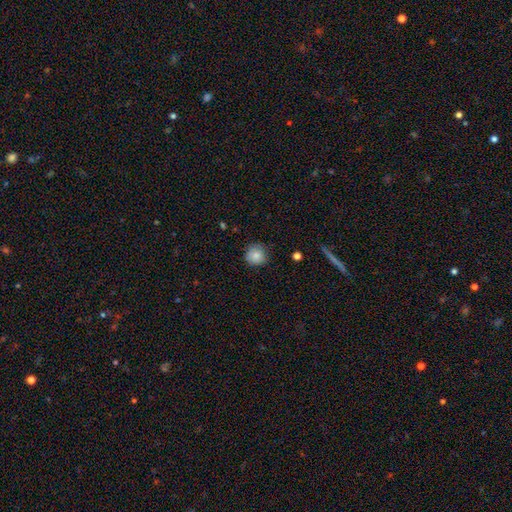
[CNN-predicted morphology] This appears to be a smooth galaxy with no disk features (84%) that is round (92%). Merging: none (81%).